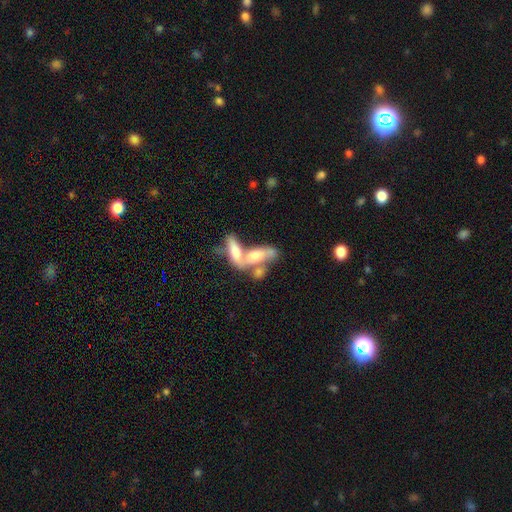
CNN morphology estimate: The model was most divided on "smooth or featured": smooth: 51%, featured or disk: 40%, star or artifact: 9%. More confident: merging — merger (68%); how rounded — in between (63%).